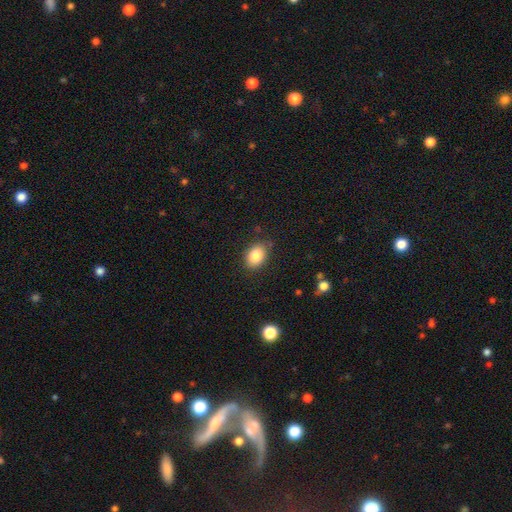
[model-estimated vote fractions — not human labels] This appears to be a smooth galaxy with no disk features (85%) that is in between round and cigar-shaped (77%). Merging: none (82%).